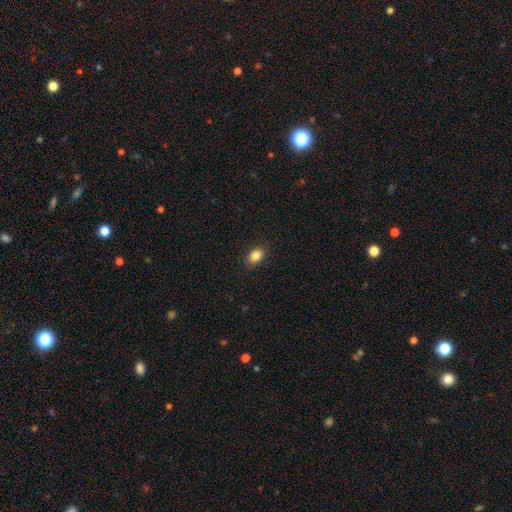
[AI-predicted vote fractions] smooth 85%, star or artifact 9%, featured or disk 6%. Down the decision tree: how rounded — in between (78%); merging — none (88%).